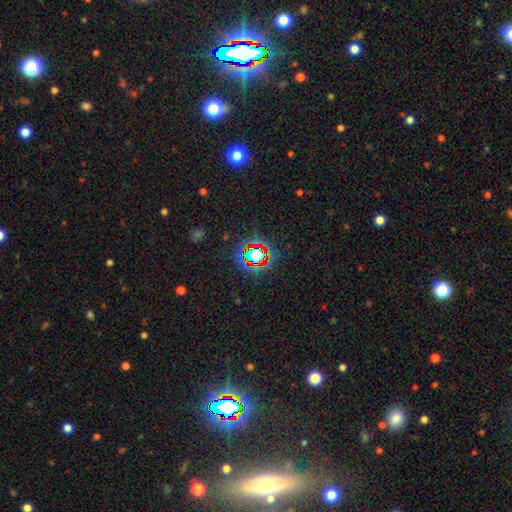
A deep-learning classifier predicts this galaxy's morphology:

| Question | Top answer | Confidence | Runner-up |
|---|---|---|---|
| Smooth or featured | star or artifact | 73% | smooth (16%) |